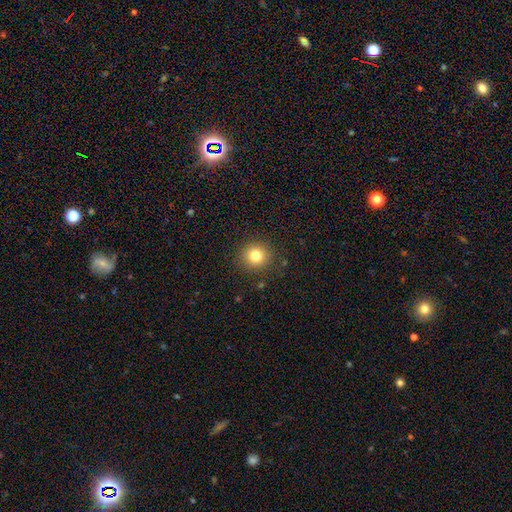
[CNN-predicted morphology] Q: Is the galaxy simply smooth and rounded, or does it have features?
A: smooth — 80%.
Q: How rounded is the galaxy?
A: round — 90%.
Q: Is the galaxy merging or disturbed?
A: none — 89%.